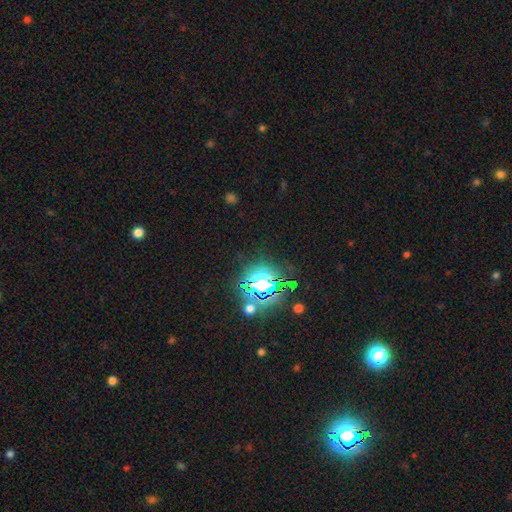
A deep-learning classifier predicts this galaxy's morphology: smooth_or_featured: star or artifact (p=0.82) [alt: smooth p=0.11]